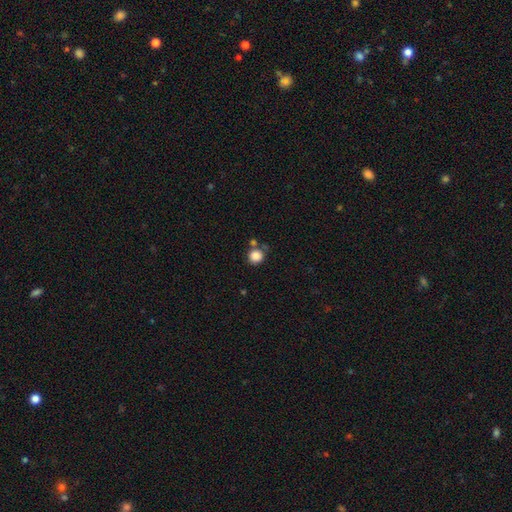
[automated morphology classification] Smooth or featured? Predicted: smooth (p=0.86). How rounded? Predicted: round (p=0.89). Merging? Predicted: none (p=0.70).